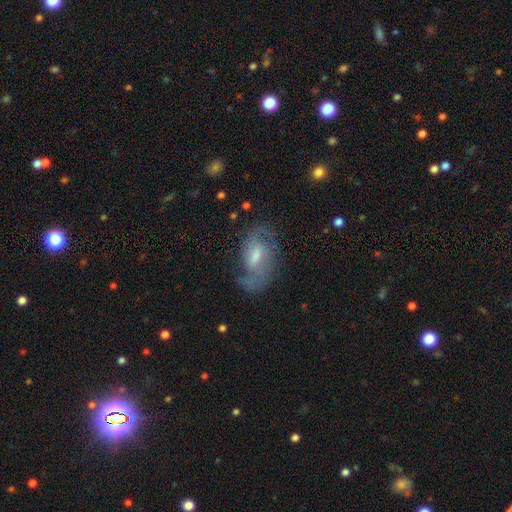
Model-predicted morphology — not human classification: Smooth or featured?
  - featured or disk: 76% *
  - smooth: 15%
  - star or artifact: 9%
Edge-on disk?
  - no: 95% *
  - yes: 5%
Bar?
  - weak: 54% *
  - no: 32%
  - strong: 14%
Spiral arms?
  - yes: 91% *
  - no: 9%
Spiral winding?
  - medium: 47% *
  - tight: 34%
  - loose: 19%
Spiral arm count?
  - 2: 70% *
  - can't tell: 16%
  - 1: 5%
  - 3: 5%
  - 4: 2%
  - more than 4: 2%
Bulge size?
  - moderate: 49% *
  - small: 34%
  - large: 9%
  - none: 6%
  - dominant: 1%
Merging?
  - none: 69% *
  - minor disturbance: 19%
  - major disturbance: 11%
  - merger: 2%